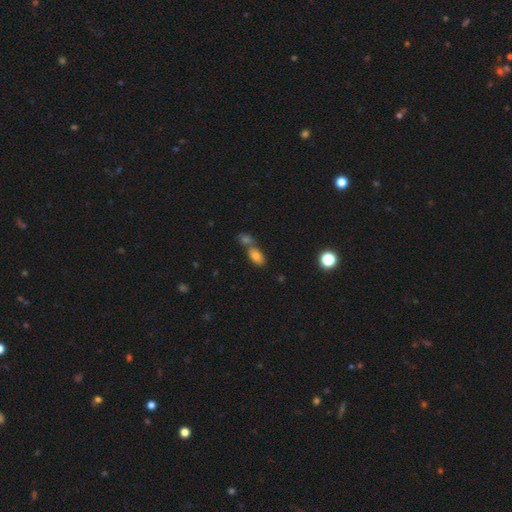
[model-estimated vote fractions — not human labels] Smooth or featured? smooth (79%)
How rounded? in between (90%)
Merging? merger (46%)